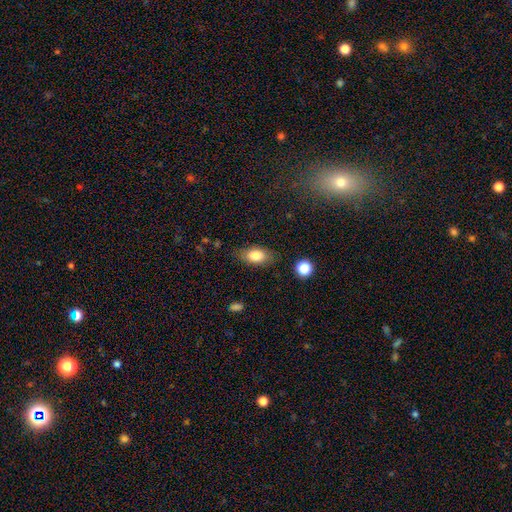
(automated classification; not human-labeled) Overall: smooth (82%). How rounded: in between (88%). Merging: none (78%).